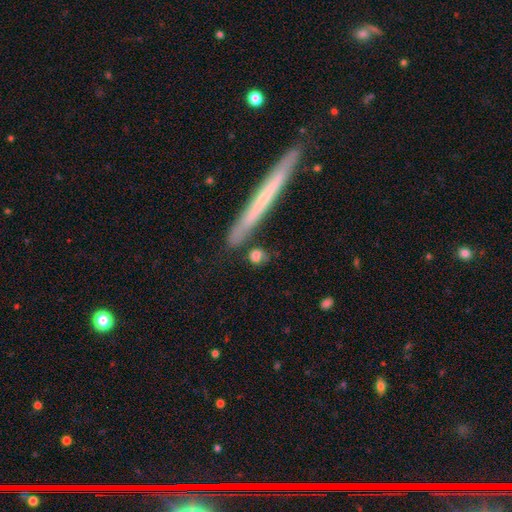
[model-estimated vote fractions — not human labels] Smooth or featured: smooth — 72% (featured or disk — 18%)
How rounded: round — 46% (in between — 32%)
Merging: none — 60% (minor disturbance — 17%)